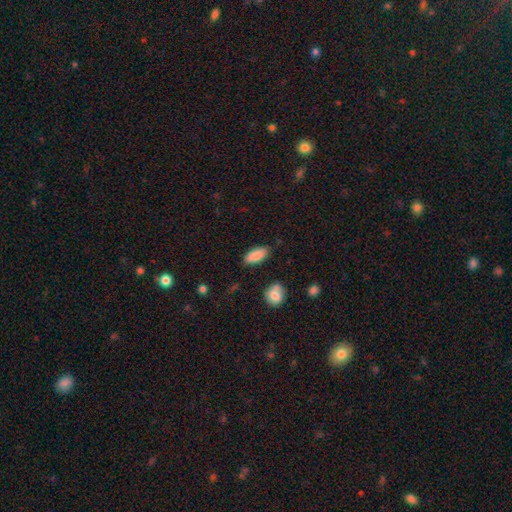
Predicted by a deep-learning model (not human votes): Smooth or featured? Predicted: smooth (p=0.88). How rounded? Predicted: in between (p=0.84). Merging? Predicted: none (p=0.83).